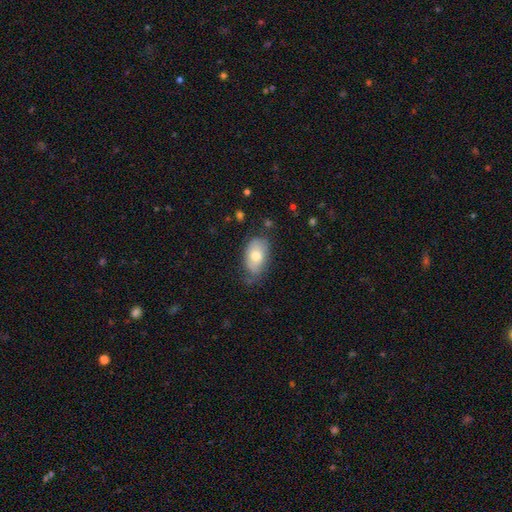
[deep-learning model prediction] Smooth or featured?
  - smooth: 70% *
  - featured or disk: 23%
  - star or artifact: 7%
How rounded?
  - in between: 92% *
  - round: 7%
  - cigar-shaped: 2%
Merging?
  - none: 59% *
  - minor disturbance: 31%
  - major disturbance: 8%
  - merger: 2%